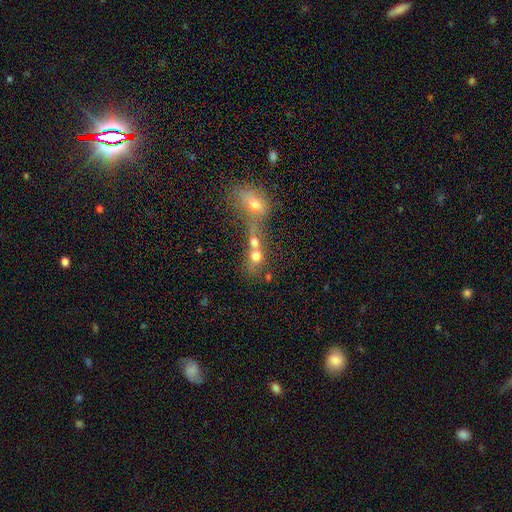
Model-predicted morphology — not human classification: The model was most divided on "how rounded": round: 56%, in between: 40%, cigar-shaped: 4%. More confident: merging — merger (66%); smooth or featured — smooth (66%).